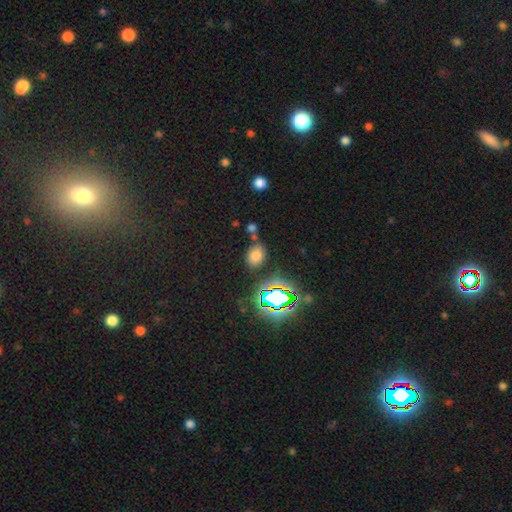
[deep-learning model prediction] smooth 66%, star or artifact 26%, featured or disk 8%. Down the decision tree: how rounded — in between (68%); merging — none (74%).